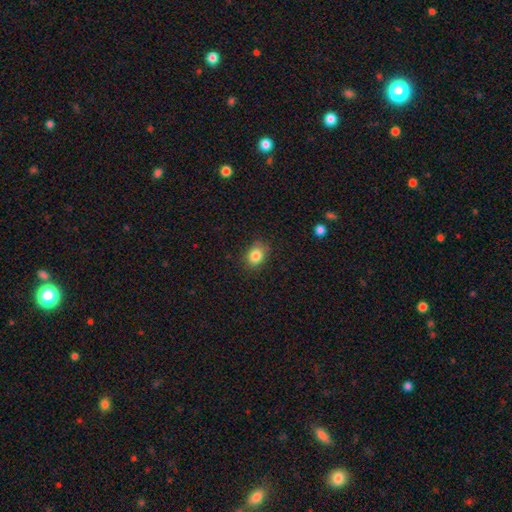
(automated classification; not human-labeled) The model was most divided on "how rounded": in between: 58%, round: 41%, cigar-shaped: 1%. More confident: smooth or featured — smooth (84%); merging — none (83%).